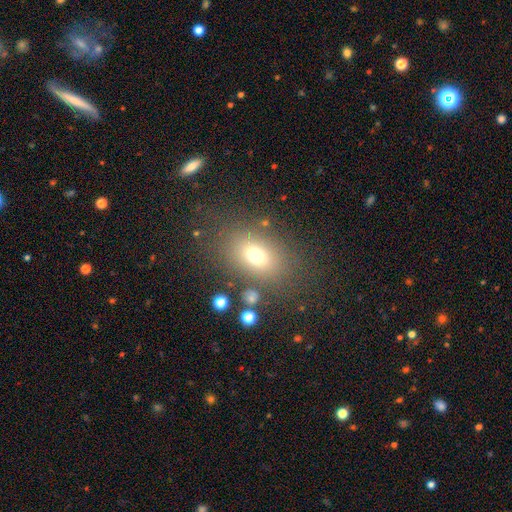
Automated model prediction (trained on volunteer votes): Overall: smooth (70%). How rounded: in between (68%; round 31%). Merging: none (76%).